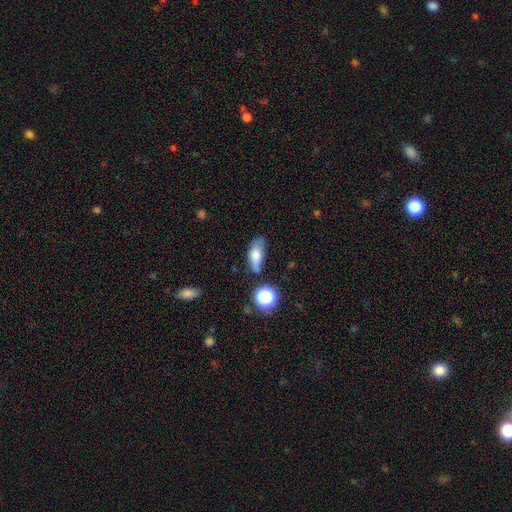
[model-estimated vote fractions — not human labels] A smooth galaxy with no disk features (71%) that is in between round and cigar-shaped (76%).

Vote fractions:
- Smooth or featured? smooth: 71% / featured or disk: 18% / star or artifact: 11%
- How rounded? in between: 76% / cigar-shaped: 17% / round: 6%
- Merging? none: 47% / minor disturbance: 32% / major disturbance: 13% / merger: 8%